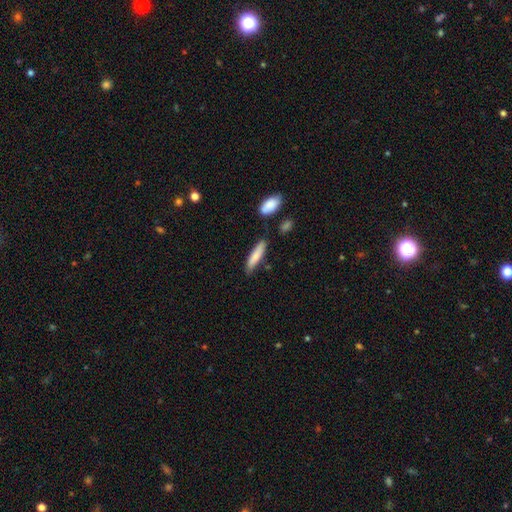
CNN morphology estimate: A smooth galaxy with no disk features (78%) that is cigar-shaped (77%).

Vote fractions:
- Smooth or featured? smooth: 78% / featured or disk: 15% / star or artifact: 6%
- How rounded? cigar-shaped: 77% / in between: 21% / round: 1%
- Merging? none: 76% / minor disturbance: 16% / merger: 5% / major disturbance: 3%